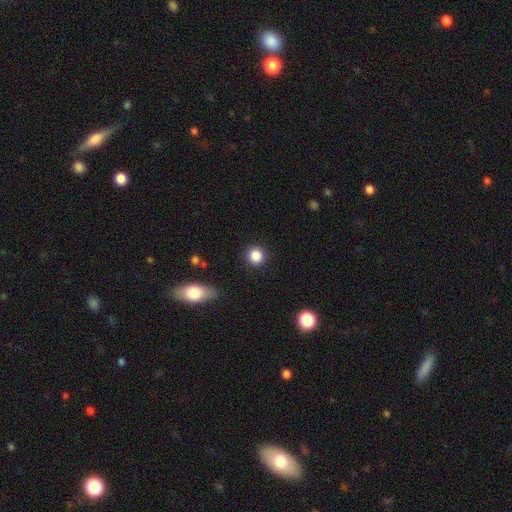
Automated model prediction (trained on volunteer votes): This is clearly a smooth galaxy (86%). How rounded: clearly round (93%). Merging: clearly none (91%).